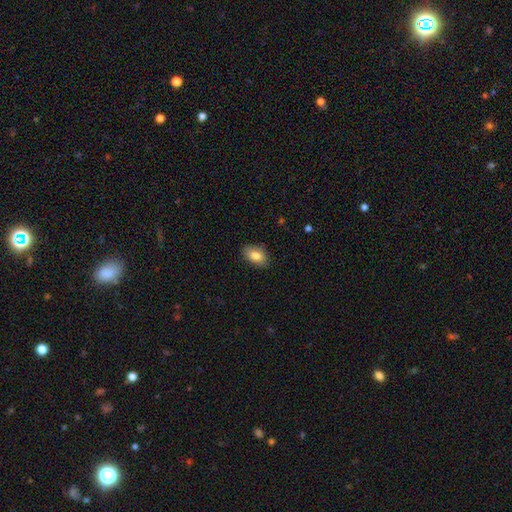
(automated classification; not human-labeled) A smooth galaxy with no disk features (84%) that is in between round and cigar-shaped (89%). Merging: none (84%).